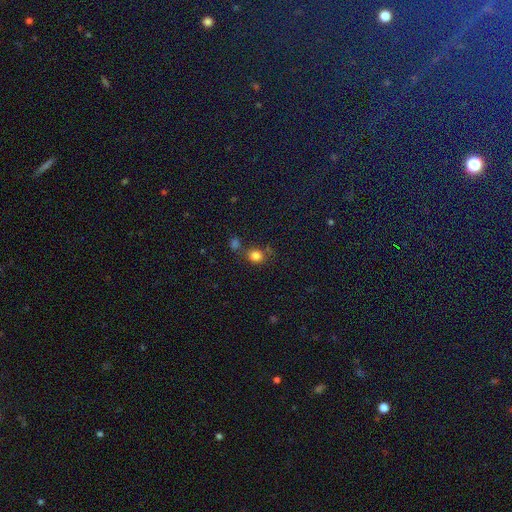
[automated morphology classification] Q: Smooth or featured?
A: smooth (81%); runner-up: star or artifact (14%)
Q: How rounded?
A: round (72%); runner-up: in between (27%)
Q: Merging?
A: none (67%); runner-up: merger (16%)